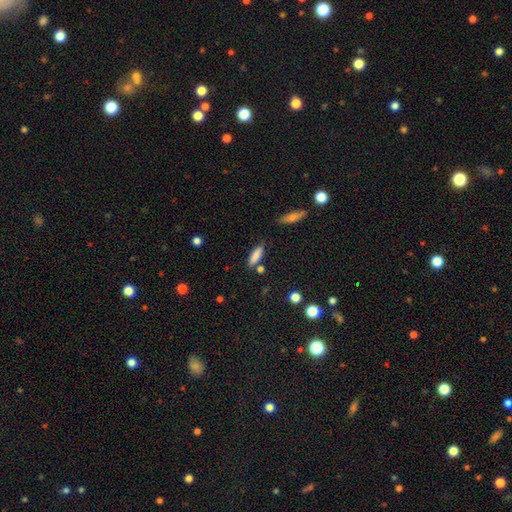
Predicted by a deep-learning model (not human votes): The model was most divided on "how rounded": in between: 50%, cigar-shaped: 48%, round: 2%. More confident: smooth or featured — smooth (83%); merging — none (74%).